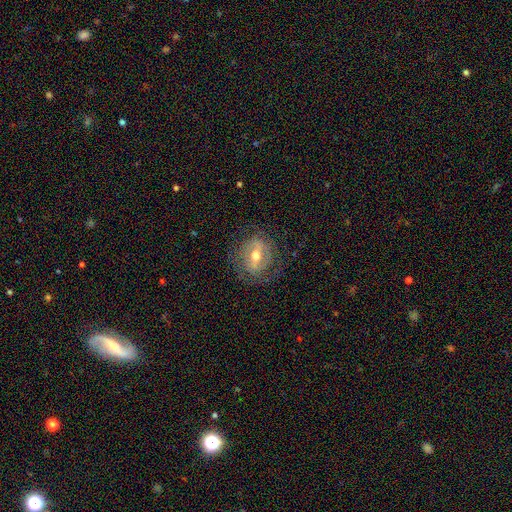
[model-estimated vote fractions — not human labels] Smooth or featured: featured or disk — 70% (smooth — 23%)
Edge-on disk: no — 92% (yes — 8%)
Bar: strong — 44% (weak — 38%)
Spiral arms: yes — 58% (no — 42%)
Bulge size: moderate — 74% (small — 19%)
Merging: none — 73% (minor disturbance — 16%)